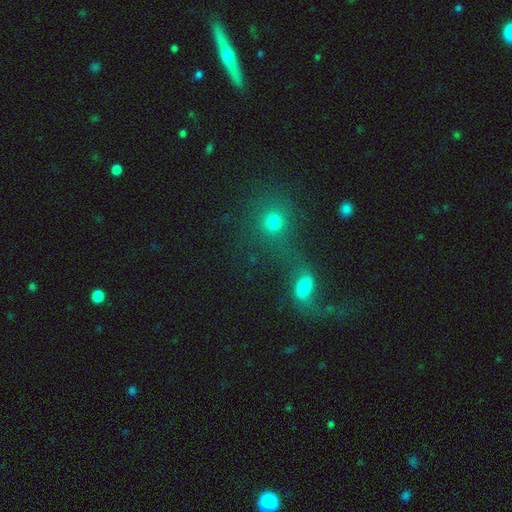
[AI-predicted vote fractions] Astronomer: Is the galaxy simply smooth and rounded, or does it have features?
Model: smooth — 42% (runner-up: featured or disk, 33%).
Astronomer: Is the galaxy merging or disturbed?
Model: merger — 61%.